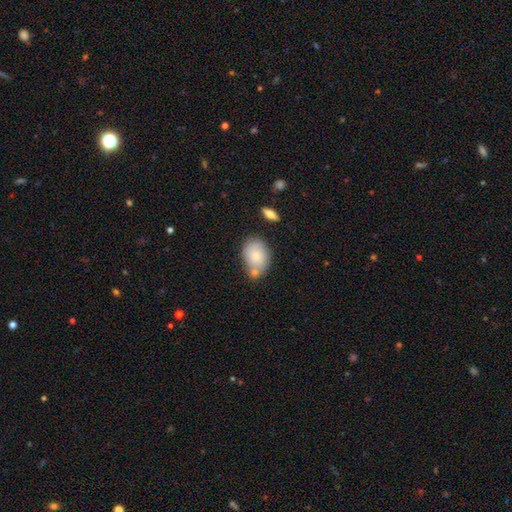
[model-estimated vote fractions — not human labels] Morphology: type=smooth (75%); roundness=in between (75%); merging=none (54%).